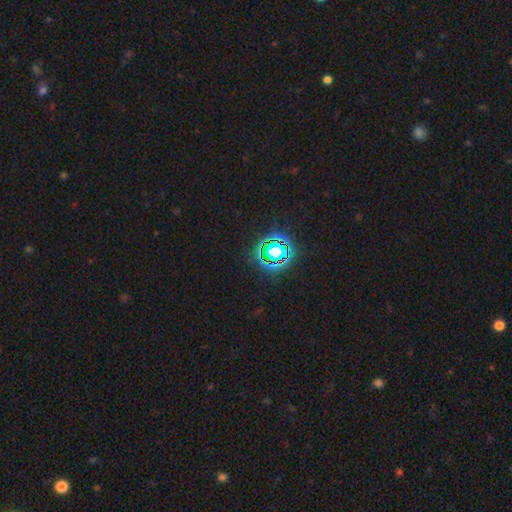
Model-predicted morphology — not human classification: Smooth or featured?
  - star or artifact: 80% *
  - smooth: 14%
  - featured or disk: 6%